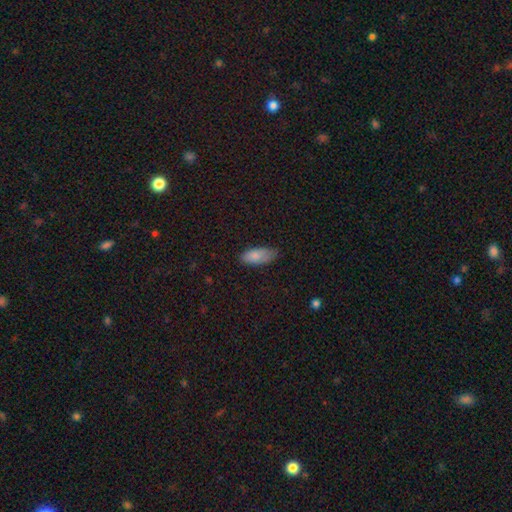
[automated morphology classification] type=smooth (85%); roundness=in between (85%); merging=none (65%).